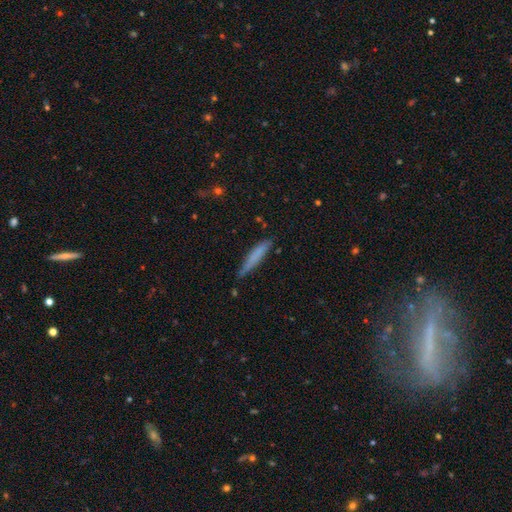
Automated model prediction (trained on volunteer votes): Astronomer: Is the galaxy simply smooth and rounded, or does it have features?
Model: smooth — 70%.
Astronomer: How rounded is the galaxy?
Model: cigar-shaped — 92%.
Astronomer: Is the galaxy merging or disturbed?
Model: none — 75%.